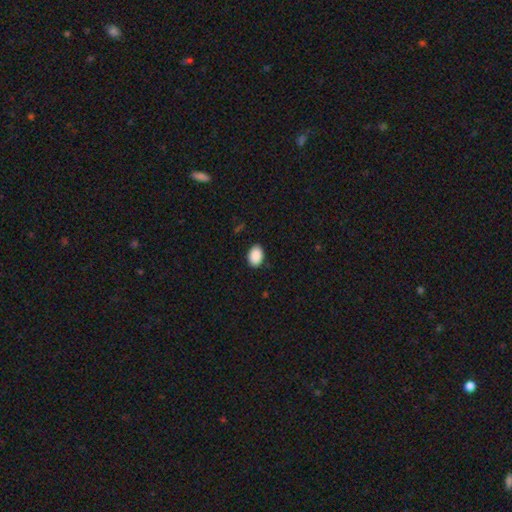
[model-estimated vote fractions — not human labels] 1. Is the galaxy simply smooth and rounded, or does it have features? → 90% smooth, 7% star or artifact, 3% featured or disk.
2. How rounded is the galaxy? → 81% in between, 18% round, 1% cigar-shaped.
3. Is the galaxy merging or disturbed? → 89% none, 8% minor disturbance, 2% major disturbance, 1% merger.